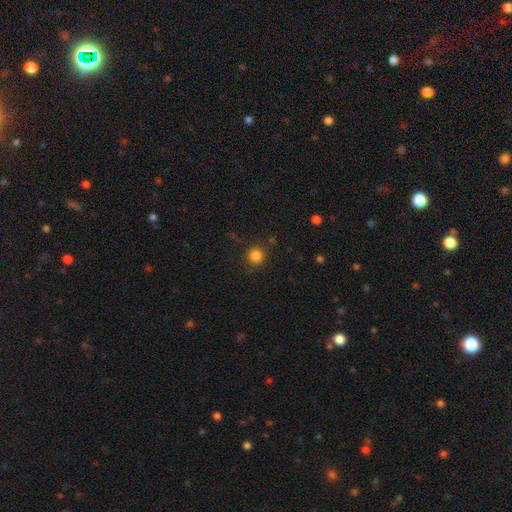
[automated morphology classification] Smooth or featured? smooth (84%)
How rounded? round (94%)
Merging? none (88%)